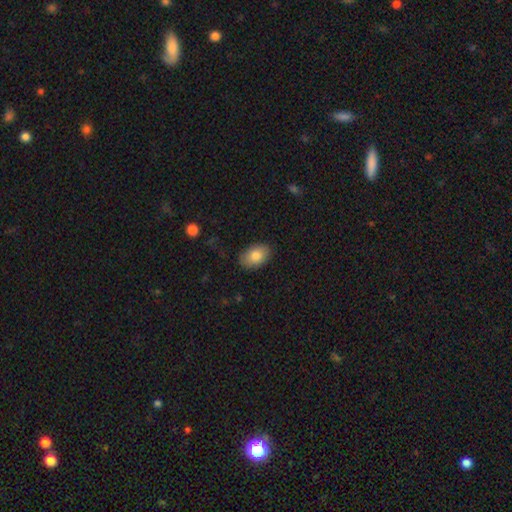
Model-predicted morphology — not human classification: A smooth galaxy with no disk features (83%) that is in between round and cigar-shaped (88%).

Vote fractions:
- Smooth or featured? smooth: 83% / featured or disk: 10% / star or artifact: 7%
- How rounded? in between: 88% / round: 11% / cigar-shaped: 1%
- Merging? none: 85% / minor disturbance: 12% / major disturbance: 3% / merger: 1%